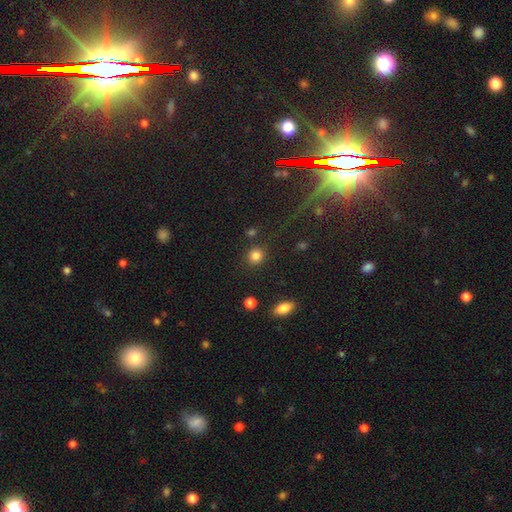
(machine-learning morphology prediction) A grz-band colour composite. It shows a smooth galaxy with no disk features (84%) that is round (85%). Merging: none (84%).